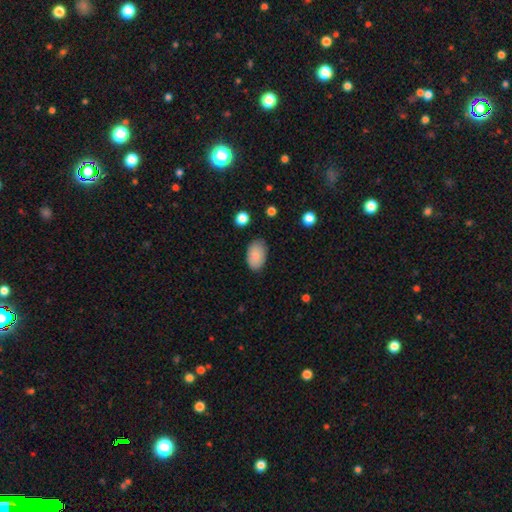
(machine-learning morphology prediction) Overall: smooth (88%). How rounded: in between (92%). Merging: none (82%).